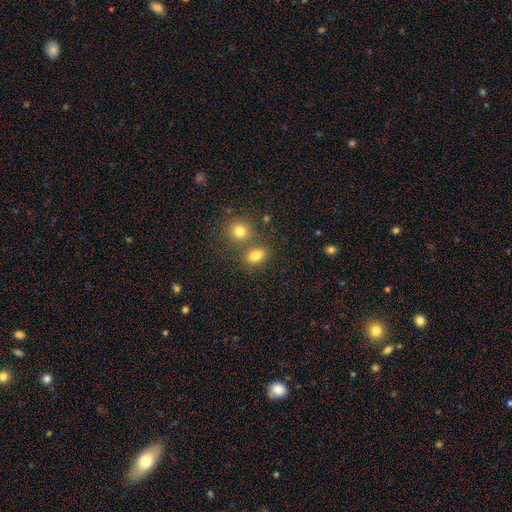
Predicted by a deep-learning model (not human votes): Overall: smooth (80%). How rounded: in between (73%). Merging: none (60%; merger 26%).